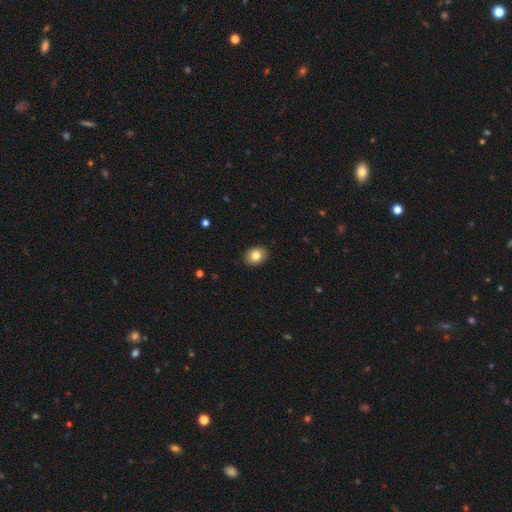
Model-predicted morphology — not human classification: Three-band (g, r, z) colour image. It shows a smooth galaxy with no disk features (82%) that is in between round and cigar-shaped (63%). Merging: none (90%).